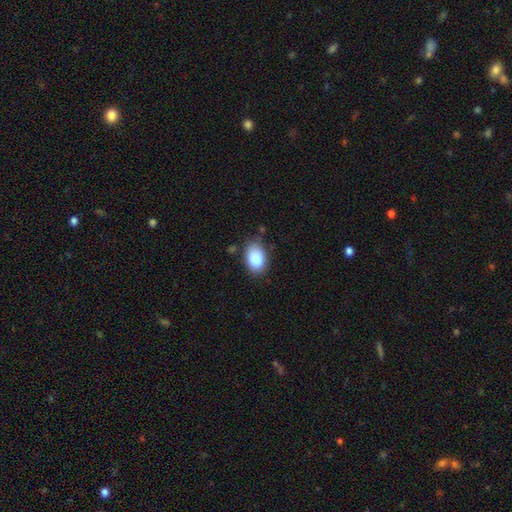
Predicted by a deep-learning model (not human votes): Smooth or featured?
  - smooth: 89% *
  - star or artifact: 7%
  - featured or disk: 4%
How rounded?
  - in between: 89% *
  - round: 9%
  - cigar-shaped: 1%
Merging?
  - none: 76% *
  - minor disturbance: 18%
  - major disturbance: 4%
  - merger: 2%